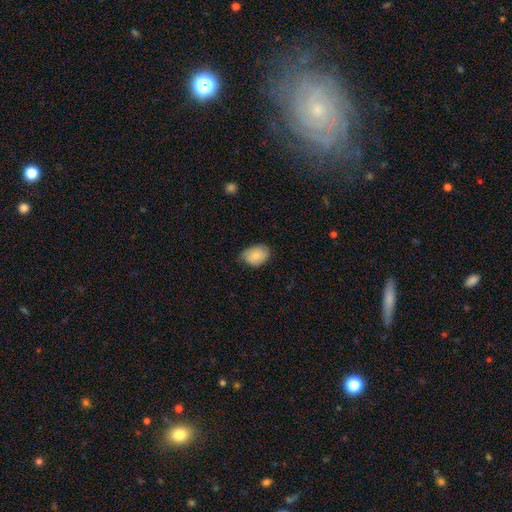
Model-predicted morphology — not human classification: Smooth or featured: smooth — 80% (featured or disk — 13%)
How rounded: in between — 76% (round — 23%)
Merging: none — 63% (minor disturbance — 31%)